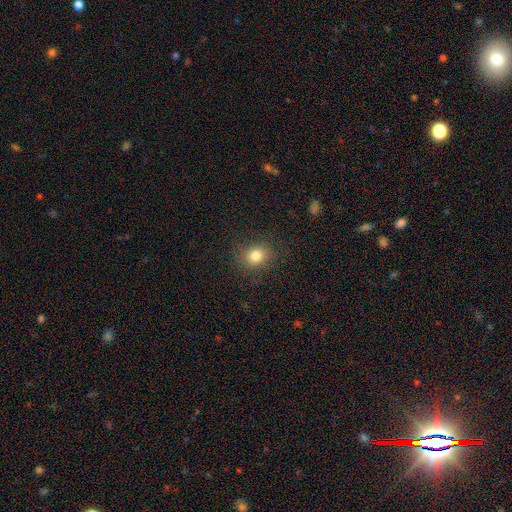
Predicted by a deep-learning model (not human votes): smooth 81%, star or artifact 12%, featured or disk 6%. Down the decision tree: how rounded — round (63%); merging — none (86%).